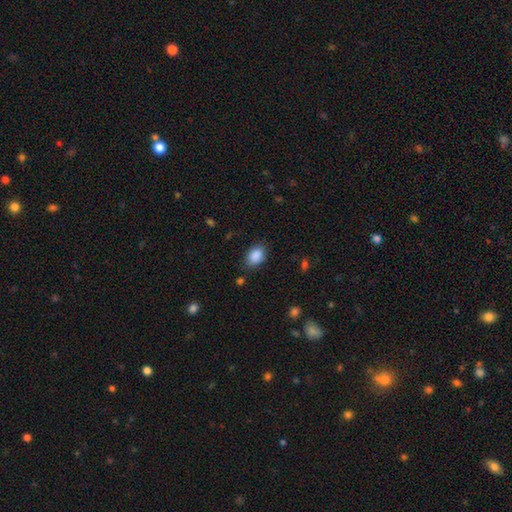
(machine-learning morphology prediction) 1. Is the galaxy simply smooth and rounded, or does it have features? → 88% smooth, 8% star or artifact, 4% featured or disk.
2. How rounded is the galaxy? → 80% in between, 18% round, 1% cigar-shaped.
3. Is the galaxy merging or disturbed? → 79% none, 15% minor disturbance, 4% major disturbance, 2% merger.